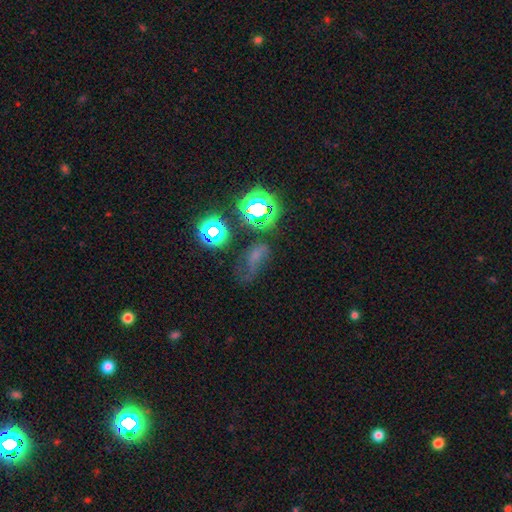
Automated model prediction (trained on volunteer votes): smooth-or-featured: smooth: 43% | star or artifact: 33% | featured or disk: 23%
  merging: none: 39% | major disturbance: 29% | minor disturbance: 26% | merger: 7%